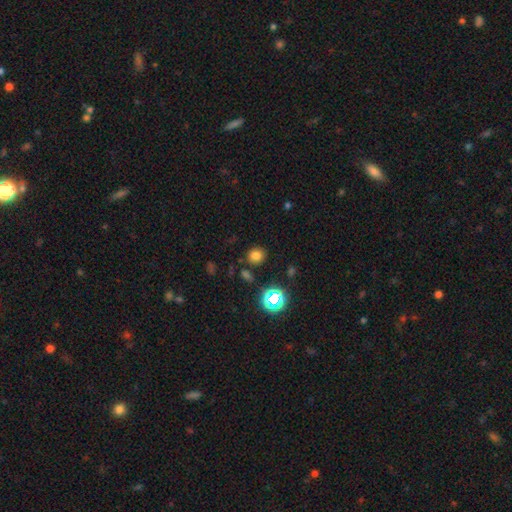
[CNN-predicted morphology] A smooth galaxy with no disk features (73%) that is round (80%).

Vote fractions:
- Smooth or featured? smooth: 73% / star or artifact: 21% / featured or disk: 6%
- How rounded? round: 80% / in between: 19% / cigar-shaped: 1%
- Merging? none: 83% / minor disturbance: 9% / merger: 5% / major disturbance: 3%